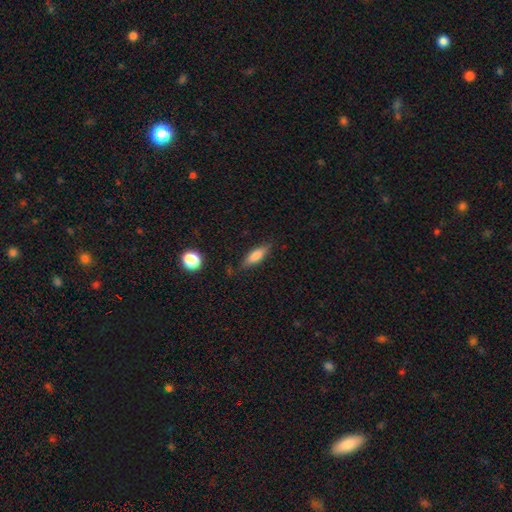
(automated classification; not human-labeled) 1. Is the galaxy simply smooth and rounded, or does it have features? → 72% smooth, 20% featured or disk, 8% star or artifact.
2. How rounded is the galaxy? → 49% cigar-shaped, 48% in between, 3% round.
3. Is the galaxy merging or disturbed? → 77% none, 16% minor disturbance, 4% major disturbance, 2% merger.